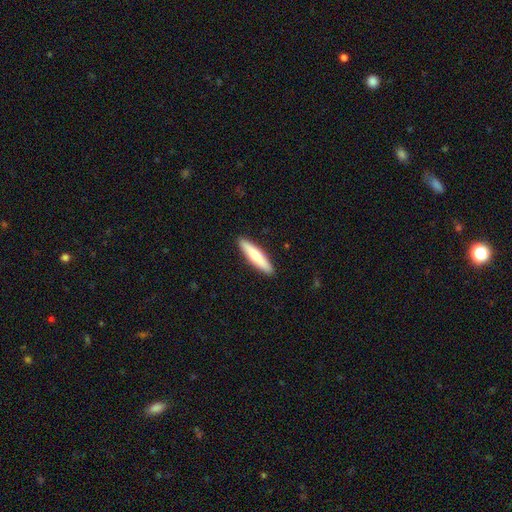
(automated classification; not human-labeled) smooth-or-featured: smooth: 70% | featured or disk: 25% | star or artifact: 5%
  how-rounded: cigar-shaped: 84% | in between: 15% | round: 1%
  merging: none: 91% | minor disturbance: 6% | major disturbance: 1% | merger: 1%